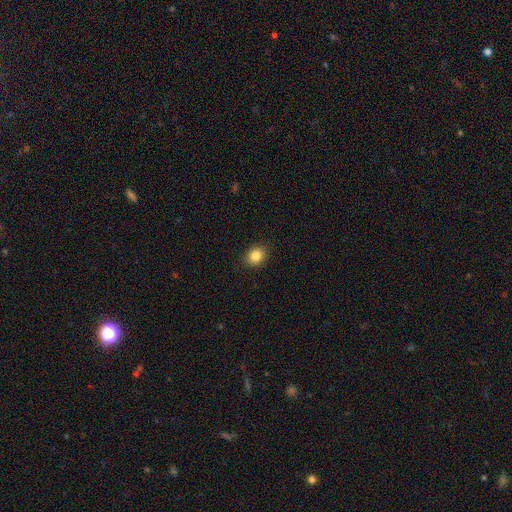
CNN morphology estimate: A smooth galaxy with no disk features (85%) that is round (54%).

Vote fractions:
- Smooth or featured? smooth: 85% / star or artifact: 10% / featured or disk: 5%
- How rounded? round: 54% / in between: 45% / cigar-shaped: 1%
- Merging? none: 89% / minor disturbance: 8% / major disturbance: 2% / merger: 1%